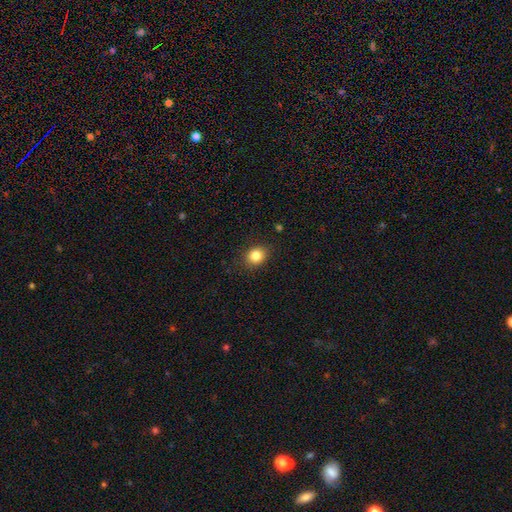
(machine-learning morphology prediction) Smooth or featured? smooth (85%)
How rounded? round (65%)
Merging? none (86%)